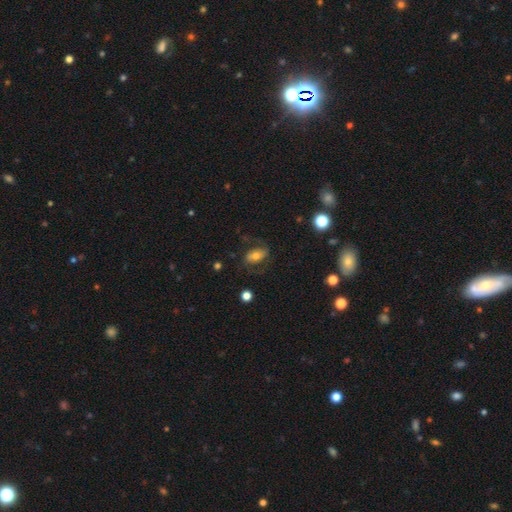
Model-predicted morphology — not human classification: smooth-or-featured: featured or disk: 45% (tied) | smooth: 45% (tied) | star or artifact: 10%
  merging: none: 65% | minor disturbance: 17% | major disturbance: 16% | merger: 2%